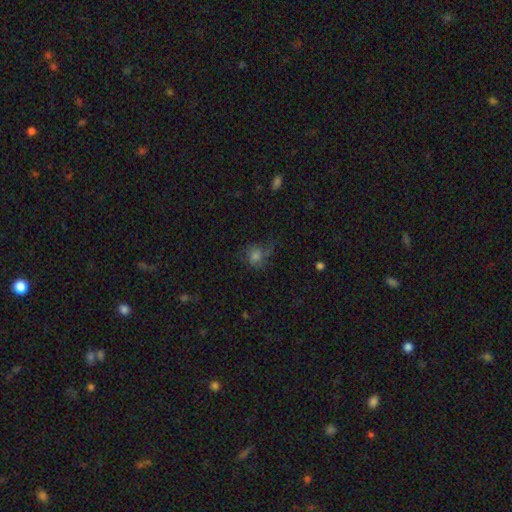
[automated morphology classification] The model was most divided on "merging": none: 43%, major disturbance: 29%, minor disturbance: 24%, merger: 4%. More confident: how rounded — round (70%); smooth or featured — smooth (63%).